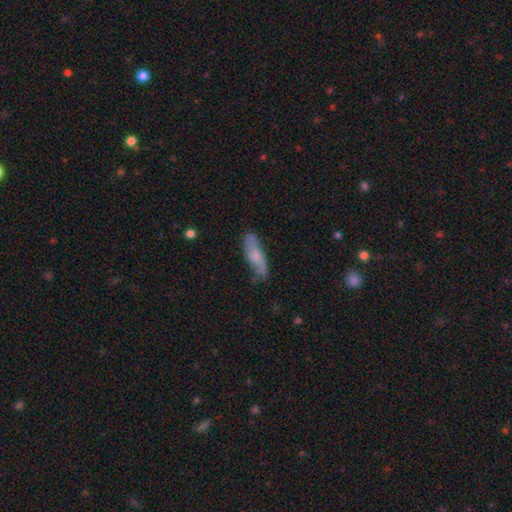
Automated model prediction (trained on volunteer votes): smooth_or_featured: smooth (p=0.60) [alt: featured or disk p=0.34]
how_rounded: cigar-shaped (p=0.58) [alt: in between p=0.40]
merging: none (p=0.74) [alt: minor disturbance p=0.20]